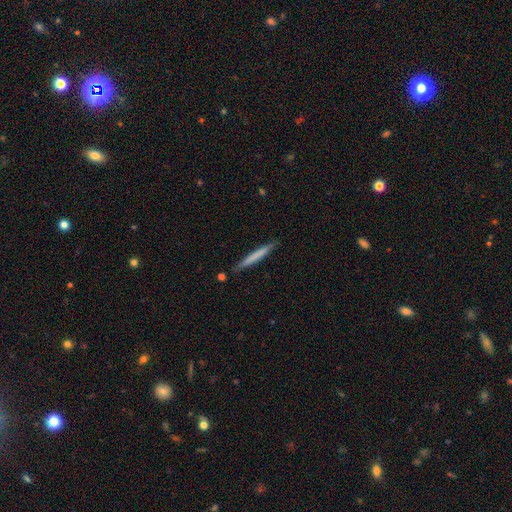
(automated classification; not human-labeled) Smooth or featured?
  - smooth: 62% *
  - featured or disk: 33%
  - star or artifact: 5%
How rounded?
  - cigar-shaped: 97% *
  - in between: 2%
  - round: 1%
Merging?
  - none: 88% *
  - minor disturbance: 9%
  - merger: 2%
  - major disturbance: 2%